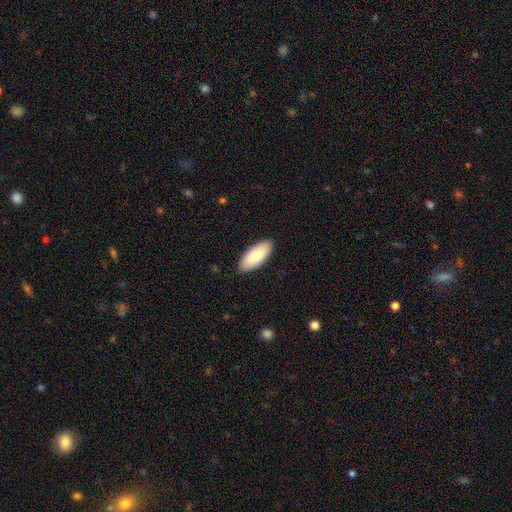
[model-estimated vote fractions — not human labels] The model was most divided on "smooth or featured": smooth: 81%, featured or disk: 14%, star or artifact: 5%. More confident: merging — none (90%); how rounded — in between (87%).